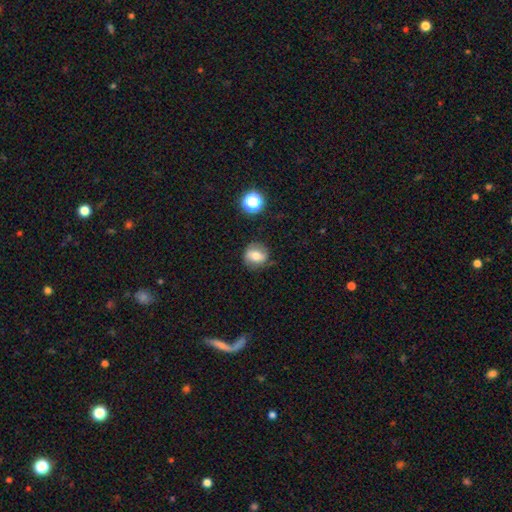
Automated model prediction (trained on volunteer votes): Morphology: type=smooth (61%); roundness=round (74%); merging=none (74%).